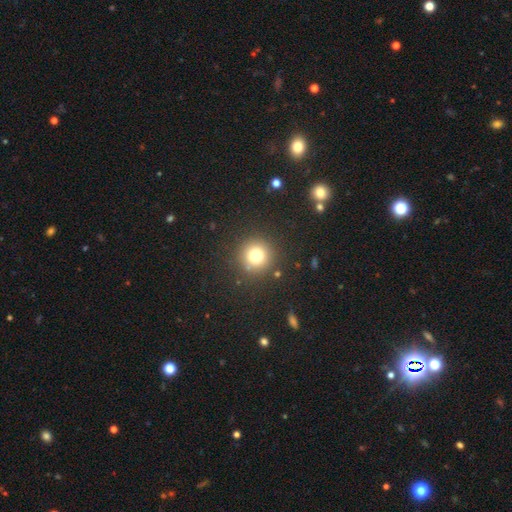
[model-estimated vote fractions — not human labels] Smooth or featured? Predicted: smooth (p=0.77). How rounded? Predicted: round (p=0.95). Merging? Predicted: none (p=0.89).